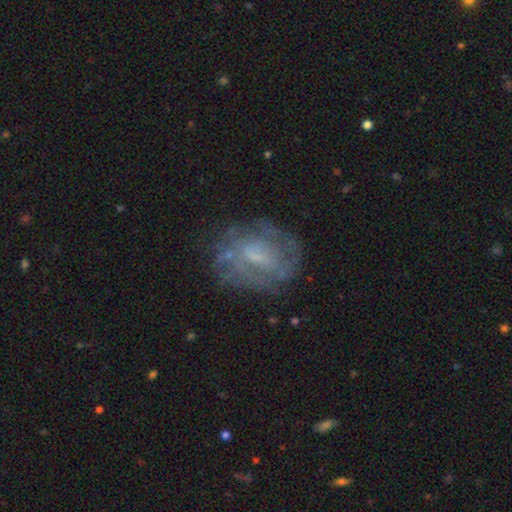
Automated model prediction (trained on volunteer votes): This appears to be a featured or disk galaxy (69%) with a weak bar (48%), spiral arms (66%) and a small central bulge (43%). Merging: none (66%).